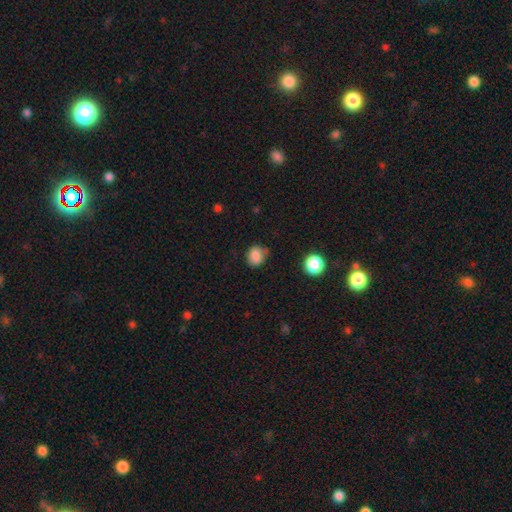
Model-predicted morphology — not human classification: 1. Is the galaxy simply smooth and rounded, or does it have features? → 83% smooth, 10% star or artifact, 7% featured or disk.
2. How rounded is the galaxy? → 68% round, 31% in between, 1% cigar-shaped.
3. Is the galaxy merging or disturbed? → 66% none, 25% minor disturbance, 7% major disturbance, 3% merger.